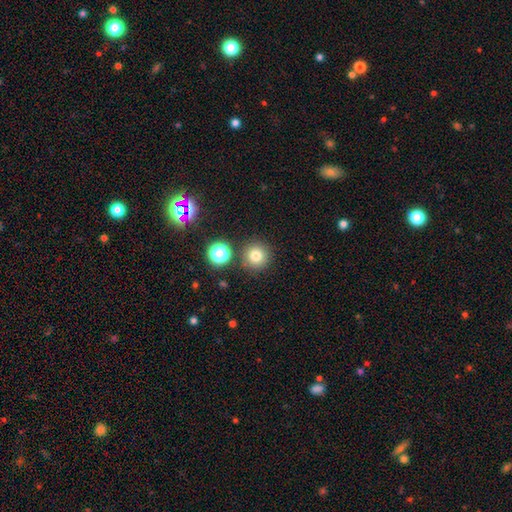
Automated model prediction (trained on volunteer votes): Smooth or featured? Predicted: smooth (p=0.77). How rounded? Predicted: round (p=0.95). Merging? Predicted: none (p=0.84).